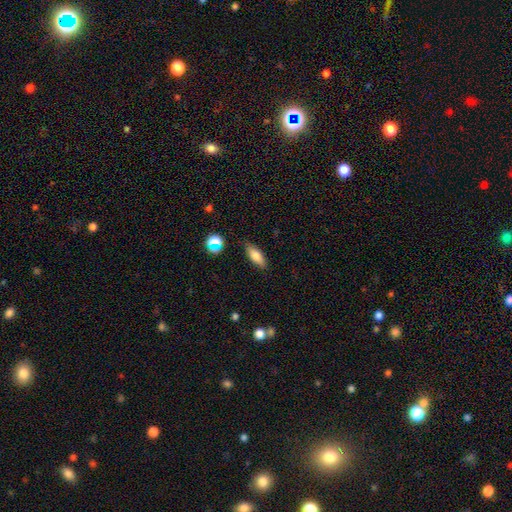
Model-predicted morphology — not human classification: smooth 76%, featured or disk 15%, star or artifact 9%. Down the decision tree: how rounded — in between (67%); merging — none (83%).